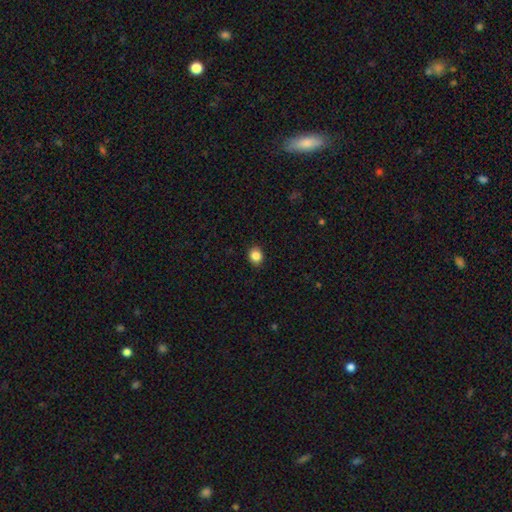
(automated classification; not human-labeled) Smooth or featured? Predicted: smooth (p=0.86). How rounded? Predicted: round (p=0.71). Merging? Predicted: none (p=0.91).